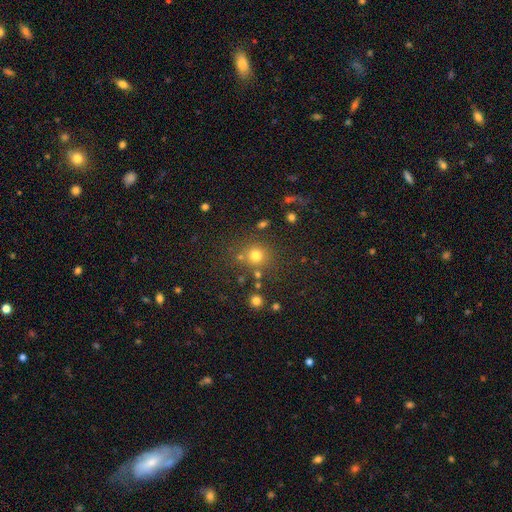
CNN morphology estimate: Smooth or featured: smooth — 75% (star or artifact — 18%)
How rounded: round — 88% (in between — 11%)
Merging: none — 75% (minor disturbance — 10%)